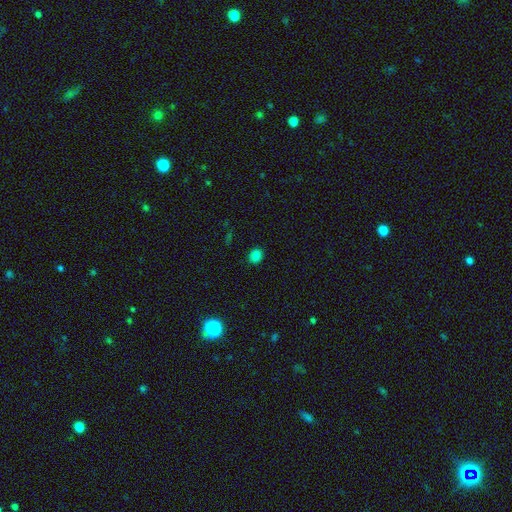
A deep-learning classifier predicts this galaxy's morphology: type=smooth (82%); roundness=round (62%); merging=none (89%).